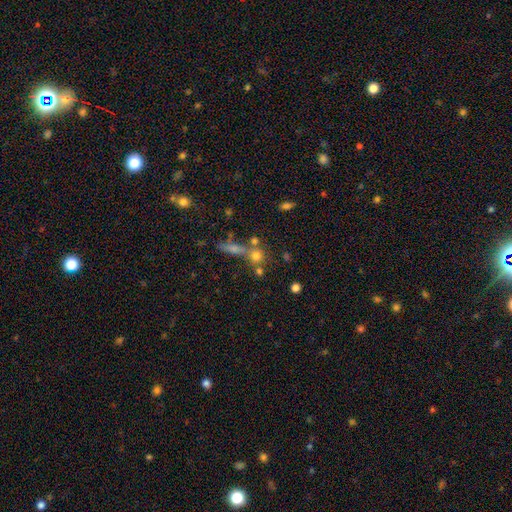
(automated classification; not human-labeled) This appears to be a smooth galaxy with no disk features (67%) that is round (83%). Merging: none (54%).